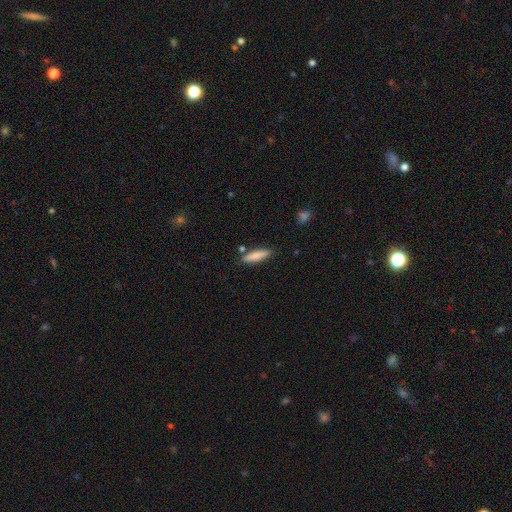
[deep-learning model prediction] Smooth or featured?
  - smooth: 80% *
  - featured or disk: 14%
  - star or artifact: 6%
How rounded?
  - cigar-shaped: 72% *
  - in between: 26%
  - round: 2%
Merging?
  - none: 80% *
  - minor disturbance: 13%
  - merger: 5%
  - major disturbance: 2%